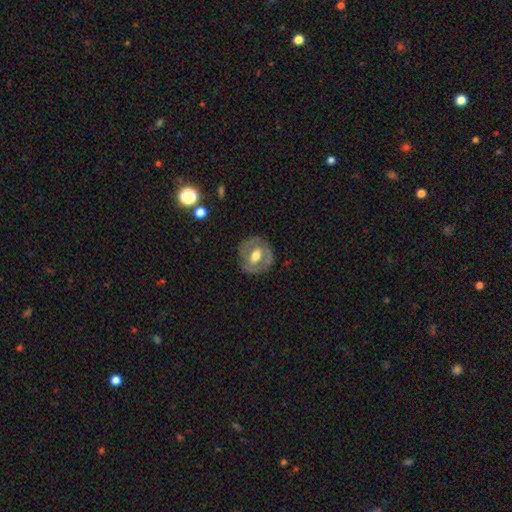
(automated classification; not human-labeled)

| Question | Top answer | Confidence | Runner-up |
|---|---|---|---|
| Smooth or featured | featured or disk | 59% | smooth (35%) |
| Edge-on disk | no | 95% | yes (5%) |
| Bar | no | 45% | weak (37%) |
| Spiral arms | no | 64% | yes (36%) |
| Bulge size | moderate | 68% | large (21%) |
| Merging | none | 80% | minor disturbance (13%) |